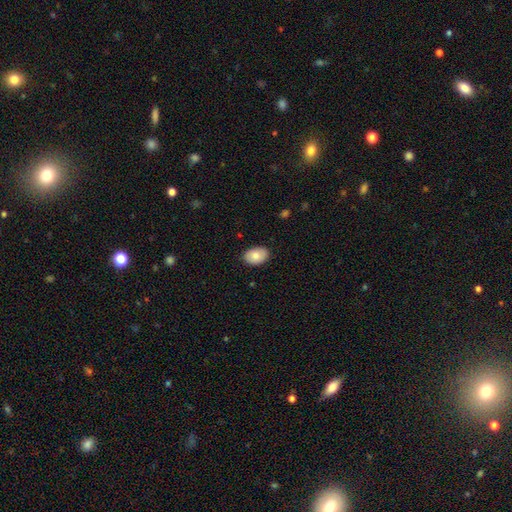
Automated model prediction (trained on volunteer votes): Q: Smooth or featured?
A: smooth (81%); runner-up: featured or disk (12%)
Q: How rounded?
A: in between (85%); runner-up: round (14%)
Q: Merging?
A: none (87%); runner-up: minor disturbance (10%)